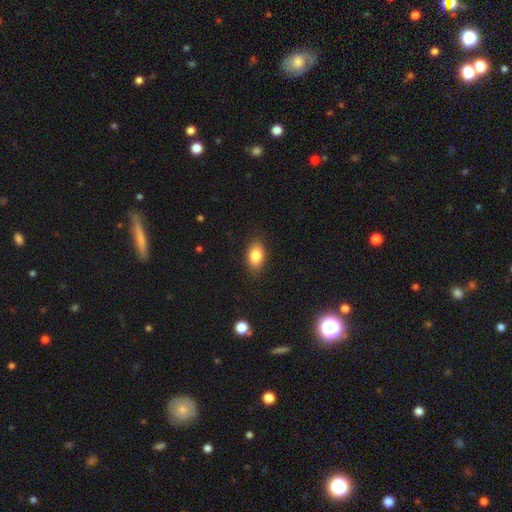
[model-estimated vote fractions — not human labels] Smooth or featured? Predicted: smooth (p=0.83). How rounded? Predicted: in between (p=0.86). Merging? Predicted: none (p=0.87).